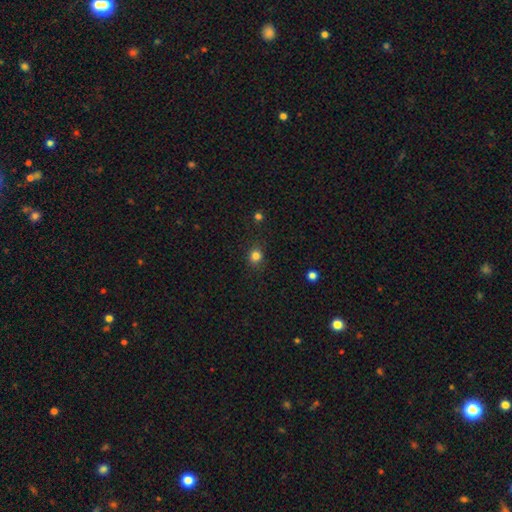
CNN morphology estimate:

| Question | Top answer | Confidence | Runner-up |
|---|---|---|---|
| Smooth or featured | smooth | 82% | star or artifact (14%) |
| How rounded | round | 83% | in between (16%) |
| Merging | none | 88% | minor disturbance (8%) |